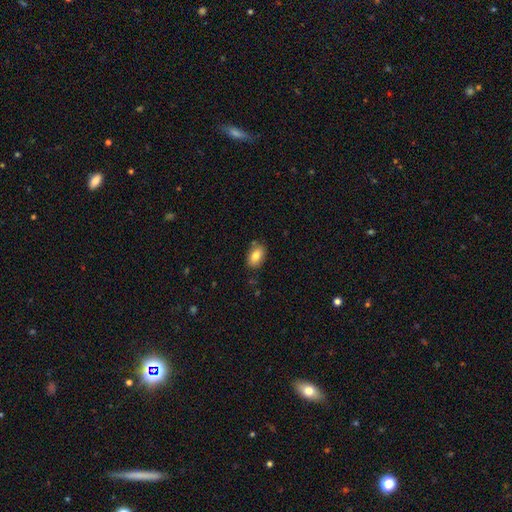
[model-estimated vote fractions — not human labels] This is clearly a smooth galaxy (82%). How rounded: clearly in between (90%). Merging: likely none (80%).